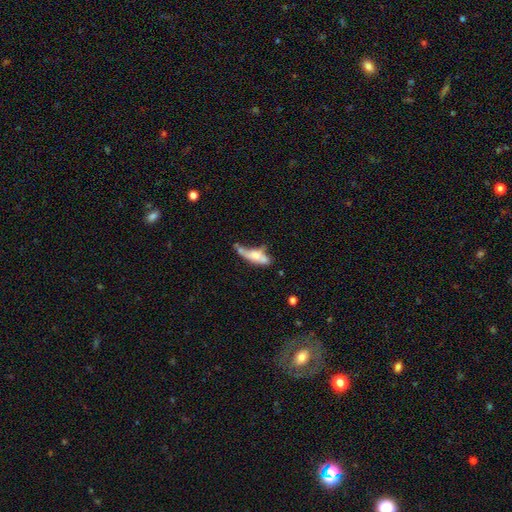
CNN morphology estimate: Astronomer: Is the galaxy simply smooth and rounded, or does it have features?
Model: smooth — 55% (runner-up: featured or disk, 37%).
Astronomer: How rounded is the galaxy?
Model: in between — 51% (runner-up: cigar-shaped, 47%).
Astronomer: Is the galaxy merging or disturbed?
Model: none — 28% (runner-up: merger, 25%).